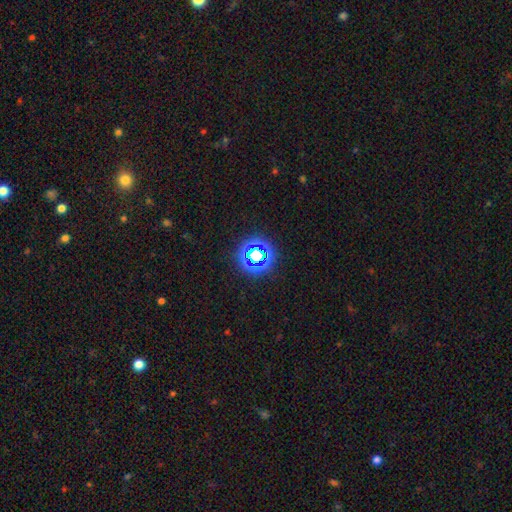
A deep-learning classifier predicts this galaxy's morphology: smooth-or-featured: star or artifact: 64% | smooth: 25% | featured or disk: 11%